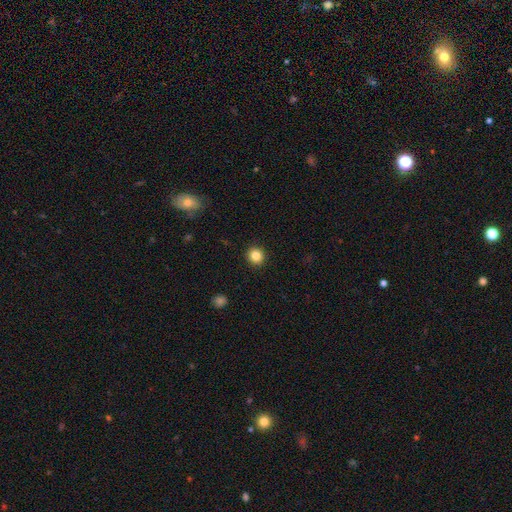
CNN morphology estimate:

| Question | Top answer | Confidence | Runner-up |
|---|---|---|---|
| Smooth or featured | smooth | 85% | star or artifact (10%) |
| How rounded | round | 92% | in between (8%) |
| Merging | none | 93% | minor disturbance (5%) |